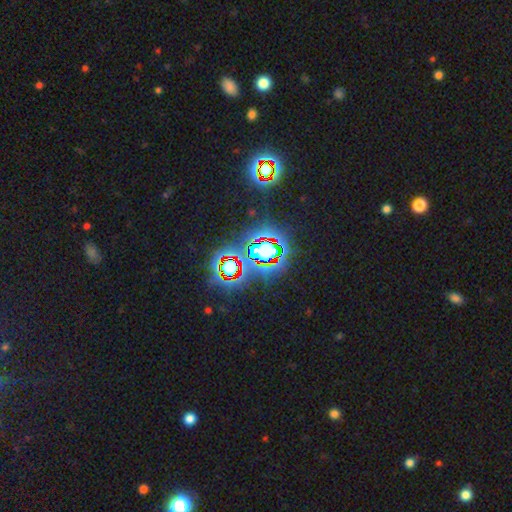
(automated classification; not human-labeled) Smooth or featured: star or artifact — 82% (smooth — 10%)